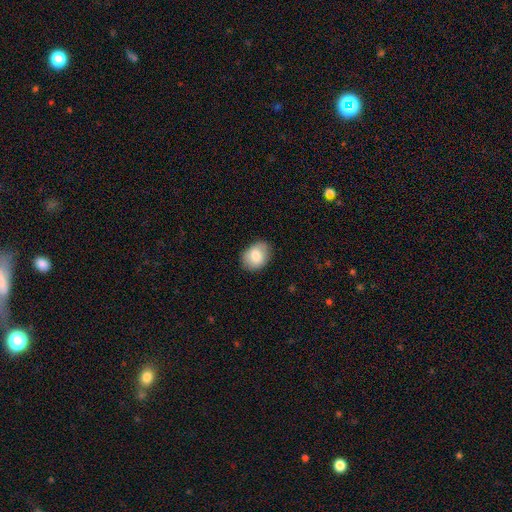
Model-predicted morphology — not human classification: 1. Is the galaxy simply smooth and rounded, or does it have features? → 80% smooth, 12% featured or disk, 7% star or artifact.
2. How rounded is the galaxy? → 69% in between, 30% round, 1% cigar-shaped.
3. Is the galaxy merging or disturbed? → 83% none, 13% minor disturbance, 3% major disturbance, 1% merger.